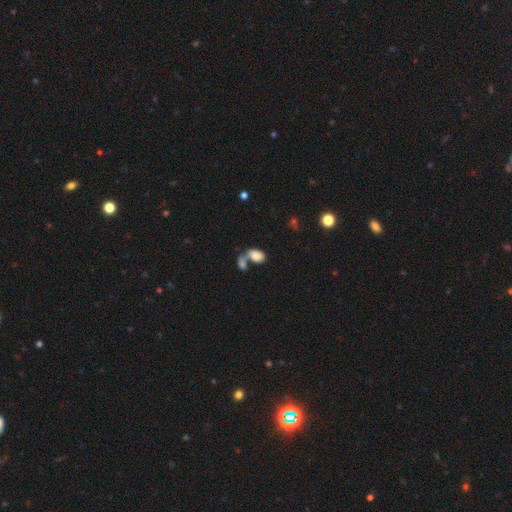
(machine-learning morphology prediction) This is clearly a smooth galaxy (82%). How rounded: clearly in between (82%). Merging: possibly merger (59%).